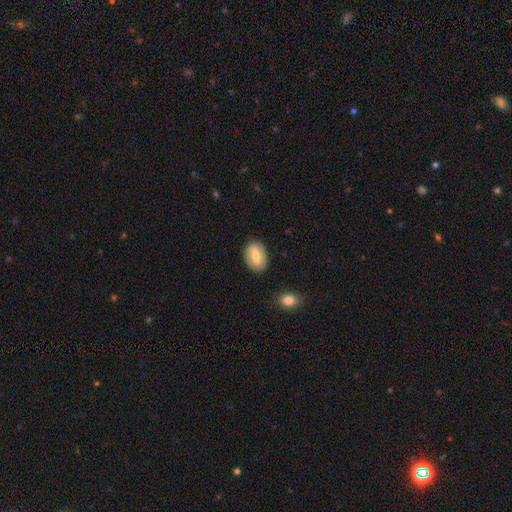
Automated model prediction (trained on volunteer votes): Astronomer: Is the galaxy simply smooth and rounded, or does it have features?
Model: smooth — 61%.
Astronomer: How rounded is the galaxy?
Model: in between — 84%.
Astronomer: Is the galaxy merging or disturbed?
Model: none — 85%.